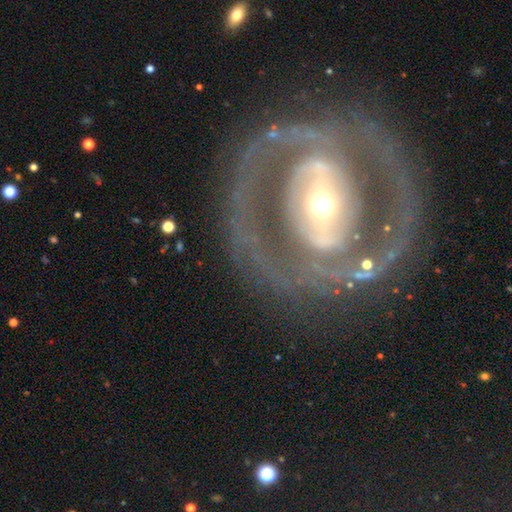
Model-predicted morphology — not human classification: smooth-or-featured: featured or disk: 80% | smooth: 14% | star or artifact: 6%
  disk-edge-on: no: 94% | yes: 6%
    bar: strong: 45% | no: 28% | weak: 27%
    has-spiral-arms: yes: 61% | no: 39%
    bulge-size: moderate: 55% | small: 31% | large: 11% | dominant: 2% | none: 1%
  merging: none: 73% | major disturbance: 13% | minor disturbance: 13% | merger: 2%